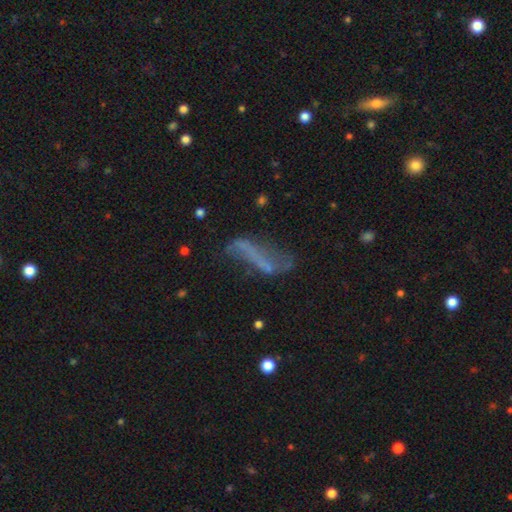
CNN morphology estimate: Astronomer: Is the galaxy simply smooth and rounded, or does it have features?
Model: featured or disk — 56%.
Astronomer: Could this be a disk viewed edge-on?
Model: no — 74%.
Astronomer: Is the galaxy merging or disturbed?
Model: none — 50%.